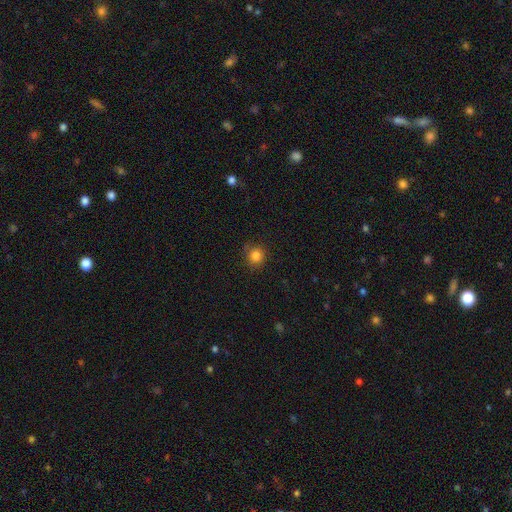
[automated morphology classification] smooth-or-featured: smooth: 84% | star or artifact: 12% | featured or disk: 4%
  how-rounded: round: 89% | in between: 10% | cigar-shaped: 1%
  merging: none: 83% | minor disturbance: 12% | major disturbance: 3% | merger: 1%